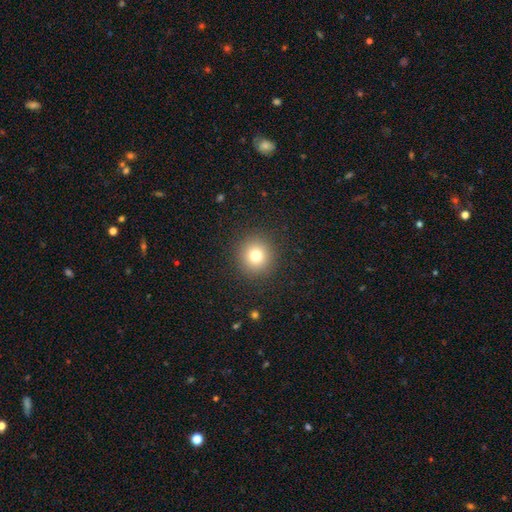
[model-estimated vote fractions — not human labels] smooth-or-featured: smooth: 77% | star or artifact: 14% | featured or disk: 9%
  how-rounded: round: 93% | in between: 6% | cigar-shaped: 1%
  merging: none: 91% | minor disturbance: 5% | major disturbance: 2% | merger: 1%